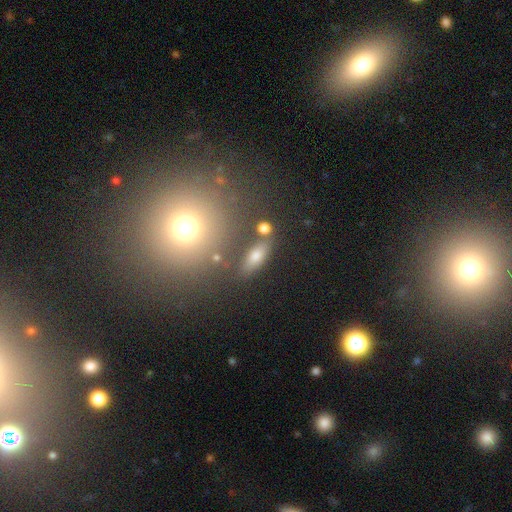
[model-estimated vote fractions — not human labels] Smooth or featured? Predicted: smooth (p=0.60). How rounded? Predicted: in between (p=0.55). Merging? Predicted: none (p=0.79).